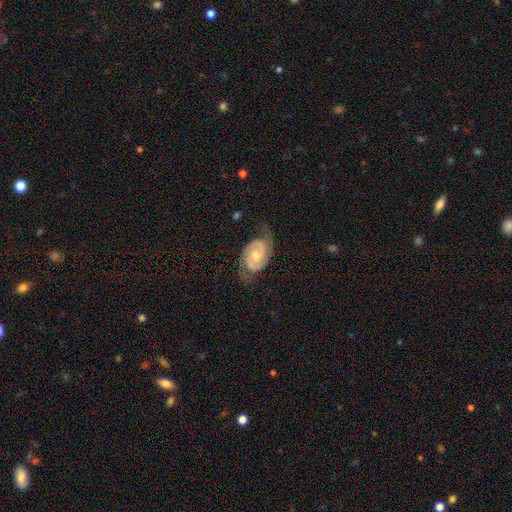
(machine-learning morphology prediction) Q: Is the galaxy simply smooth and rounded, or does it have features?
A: featured or disk — 88%.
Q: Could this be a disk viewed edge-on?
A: no — 98%.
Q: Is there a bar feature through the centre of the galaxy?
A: no — 54%.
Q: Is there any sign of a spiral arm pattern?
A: yes — 98%.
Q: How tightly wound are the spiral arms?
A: tight — 52%.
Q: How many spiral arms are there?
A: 2 — 92%.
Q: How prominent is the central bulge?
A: moderate — 49%.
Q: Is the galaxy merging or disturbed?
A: none — 71%.